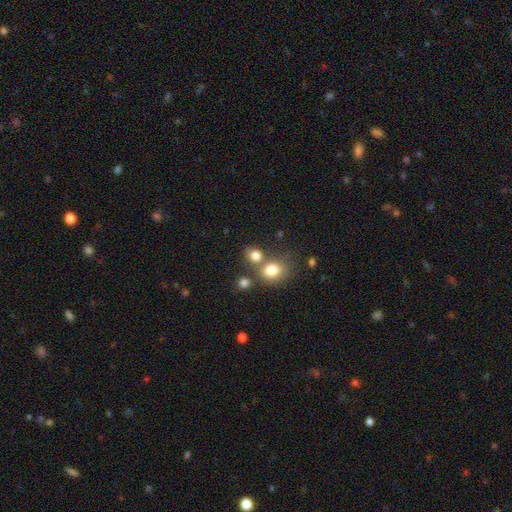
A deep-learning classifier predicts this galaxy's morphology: This appears to be a smooth galaxy with no disk features (79%) that is round (61%). Merging: none (50%).